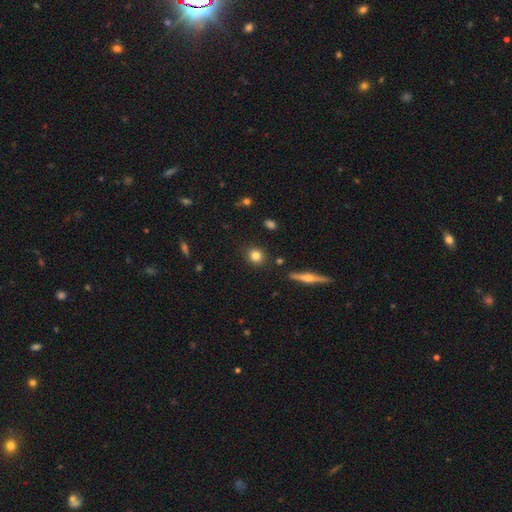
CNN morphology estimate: A smooth galaxy with no disk features (79%) that is round (83%). Merging: none (88%).